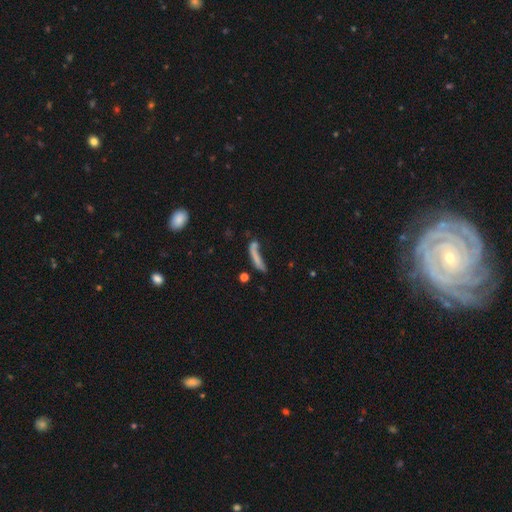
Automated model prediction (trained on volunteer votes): A smooth galaxy with no disk features (63%) that is cigar-shaped (84%).

Vote fractions:
- Smooth or featured? smooth: 63% / featured or disk: 25% / star or artifact: 12%
- How rounded? cigar-shaped: 84% / in between: 13% / round: 3%
- Merging? none: 42% / merger: 21% / minor disturbance: 19% / major disturbance: 18%